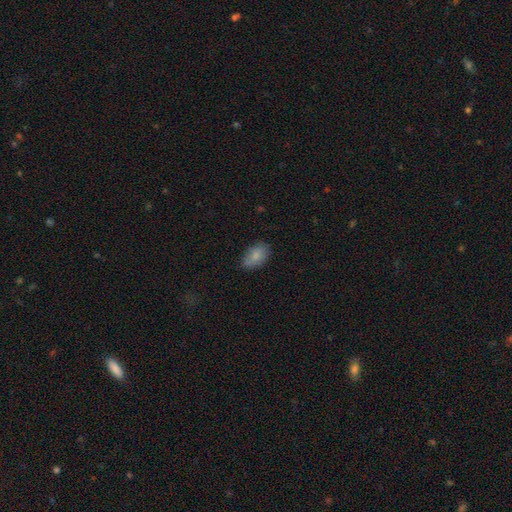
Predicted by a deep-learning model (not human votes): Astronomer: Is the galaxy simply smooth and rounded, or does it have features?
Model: smooth — 84%.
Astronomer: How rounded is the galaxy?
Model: in between — 91%.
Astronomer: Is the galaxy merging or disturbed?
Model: none — 76%.